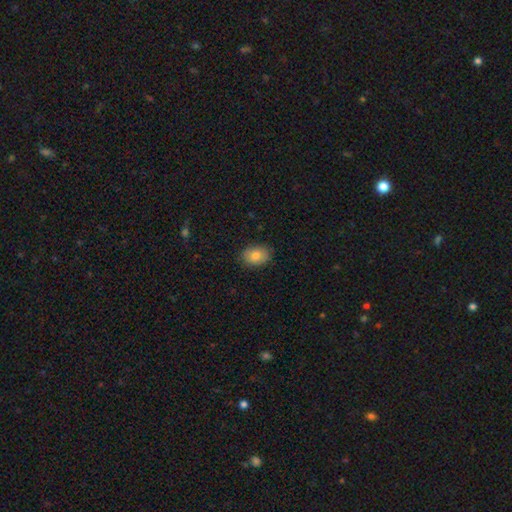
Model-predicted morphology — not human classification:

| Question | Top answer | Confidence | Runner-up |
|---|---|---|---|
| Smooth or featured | smooth | 80% | featured or disk (12%) |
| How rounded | in between | 78% | round (21%) |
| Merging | none | 86% | minor disturbance (10%) |